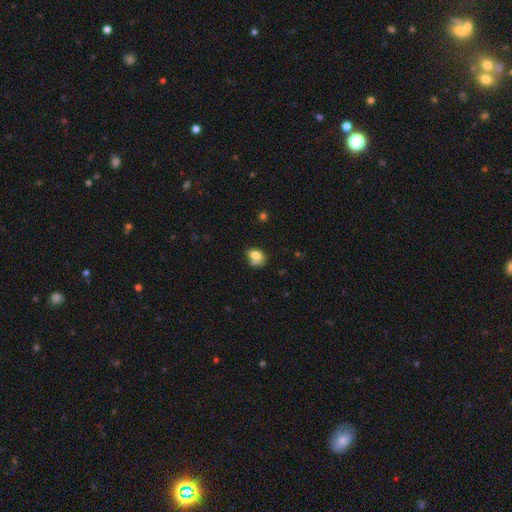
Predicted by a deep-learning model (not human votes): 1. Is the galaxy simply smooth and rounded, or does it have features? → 74% smooth, 16% featured or disk, 10% star or artifact.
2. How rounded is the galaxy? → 65% in between, 33% round, 1% cigar-shaped.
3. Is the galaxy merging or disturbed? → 44% none, 25% minor disturbance, 20% merger, 11% major disturbance.